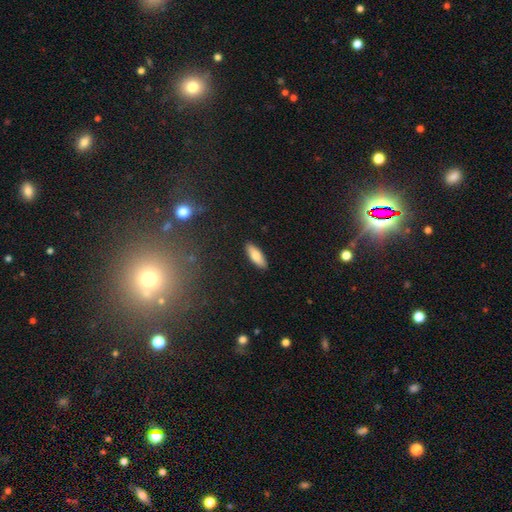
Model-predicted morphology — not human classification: smooth_or_featured: smooth (p=0.81) [alt: featured or disk p=0.12]
how_rounded: in between (p=0.63) [alt: cigar-shaped p=0.35]
merging: none (p=0.89) [alt: minor disturbance p=0.08]